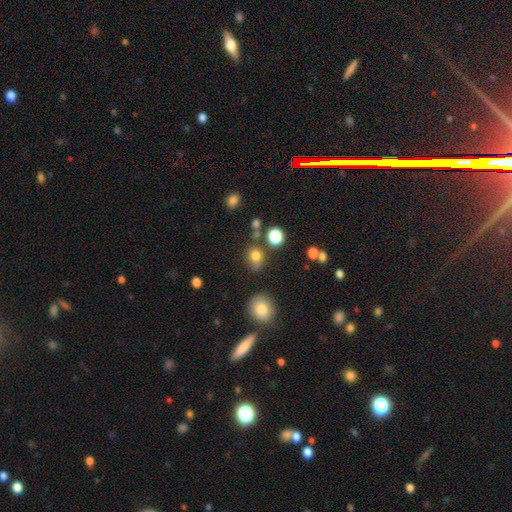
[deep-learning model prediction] smooth-or-featured: smooth: 78% | star or artifact: 15% | featured or disk: 8%
  how-rounded: round: 65% | in between: 34% | cigar-shaped: 1%
  merging: none: 63% | minor disturbance: 19% | merger: 11% | major disturbance: 7%